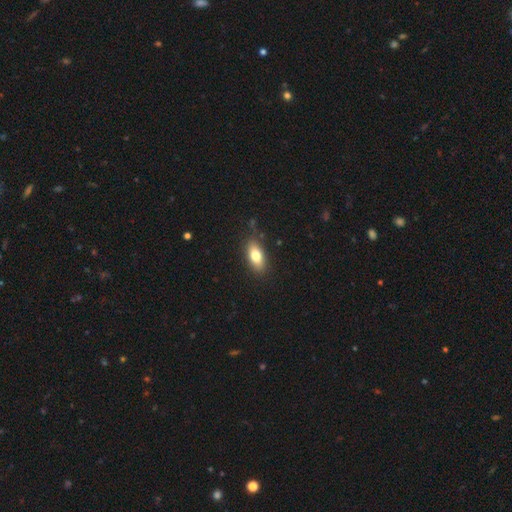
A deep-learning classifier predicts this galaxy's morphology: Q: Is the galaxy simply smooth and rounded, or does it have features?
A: smooth — 77%.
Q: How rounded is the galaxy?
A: in between — 84%.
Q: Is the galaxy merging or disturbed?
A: none — 83%.